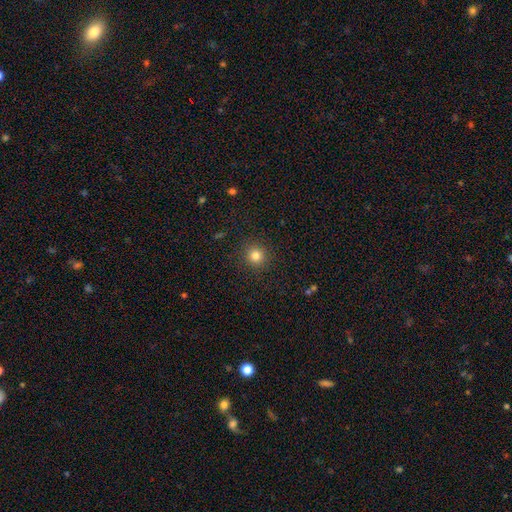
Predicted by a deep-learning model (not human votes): A smooth galaxy with no disk features (81%) that is round (94%).

Vote fractions:
- Smooth or featured? smooth: 81% / star or artifact: 13% / featured or disk: 6%
- How rounded? round: 94% / in between: 5% / cigar-shaped: 1%
- Merging? none: 91% / minor disturbance: 6% / major disturbance: 2% / merger: 1%